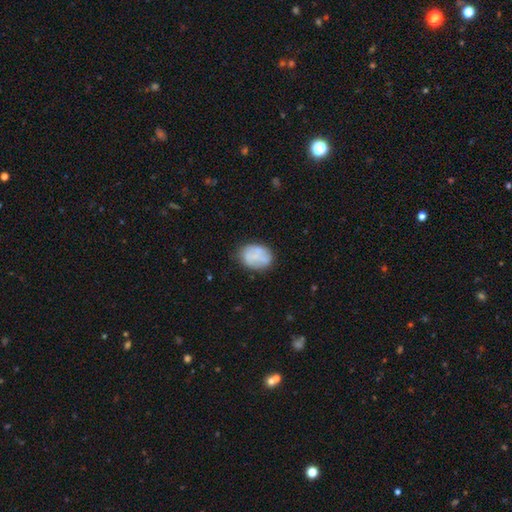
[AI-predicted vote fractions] Q: Smooth or featured?
A: smooth (62%); runner-up: featured or disk (30%)
Q: How rounded?
A: in between (67%); runner-up: round (32%)
Q: Merging?
A: none (66%); runner-up: minor disturbance (22%)